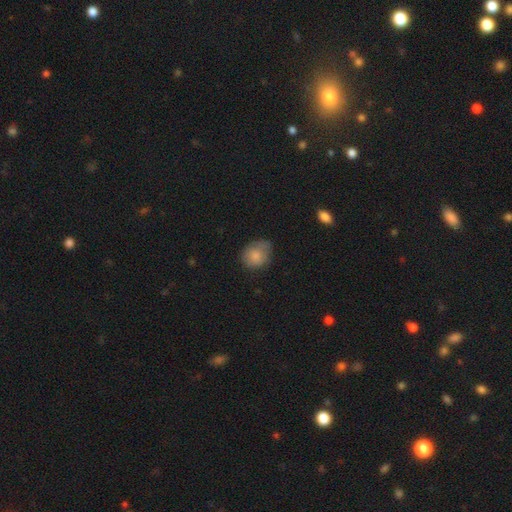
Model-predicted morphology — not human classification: Smooth or featured: smooth — 80% (featured or disk — 11%)
How rounded: round — 58% (in between — 41%)
Merging: none — 53% (minor disturbance — 34%)